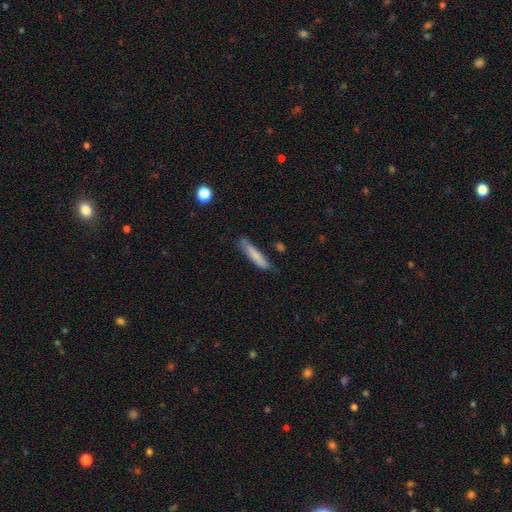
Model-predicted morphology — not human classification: Overall: smooth (77%). How rounded: cigar-shaped (90%). Merging: none (72%).